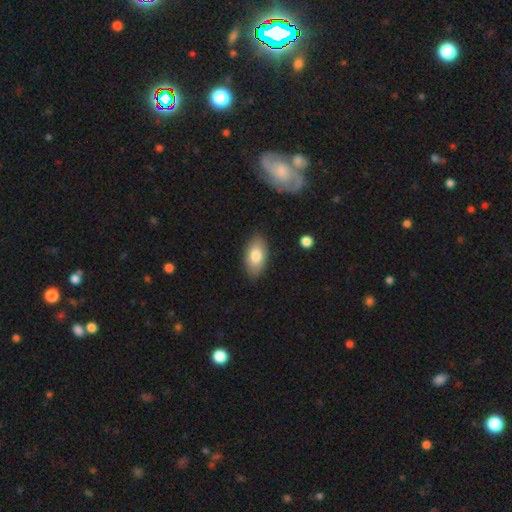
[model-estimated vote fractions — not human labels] This appears to be a smooth galaxy with no disk features (80%) that is in between round and cigar-shaped (93%). Merging: none (85%).